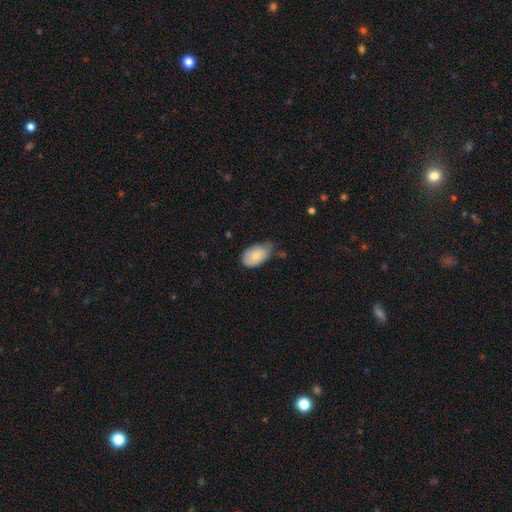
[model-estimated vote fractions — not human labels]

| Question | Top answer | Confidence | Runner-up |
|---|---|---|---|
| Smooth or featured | smooth | 79% | featured or disk (15%) |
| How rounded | in between | 92% | round (7%) |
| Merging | minor disturbance | 45% | none (43%) |